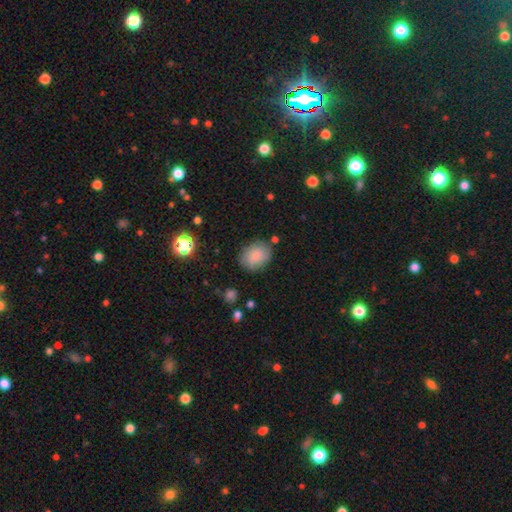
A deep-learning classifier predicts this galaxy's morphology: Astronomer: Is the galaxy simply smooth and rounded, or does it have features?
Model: smooth — 80%.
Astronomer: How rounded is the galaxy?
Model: in between — 54% (runner-up: round, 44%).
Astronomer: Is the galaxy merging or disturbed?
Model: none — 74%.